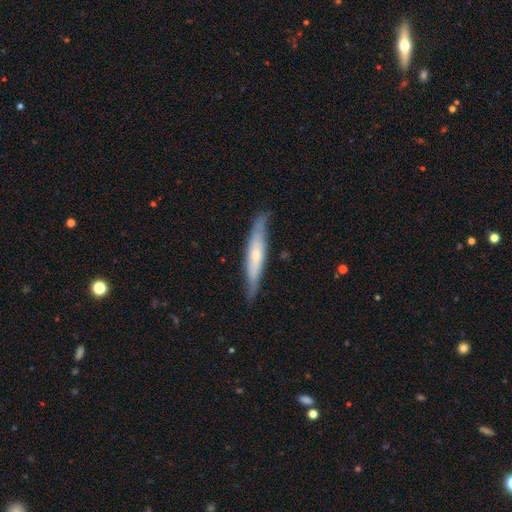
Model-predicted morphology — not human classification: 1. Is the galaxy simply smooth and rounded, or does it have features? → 52% featured or disk, 42% smooth, 5% star or artifact.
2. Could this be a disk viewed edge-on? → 81% yes, 19% no.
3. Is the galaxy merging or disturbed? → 81% none, 15% minor disturbance, 3% major disturbance, 1% merger.